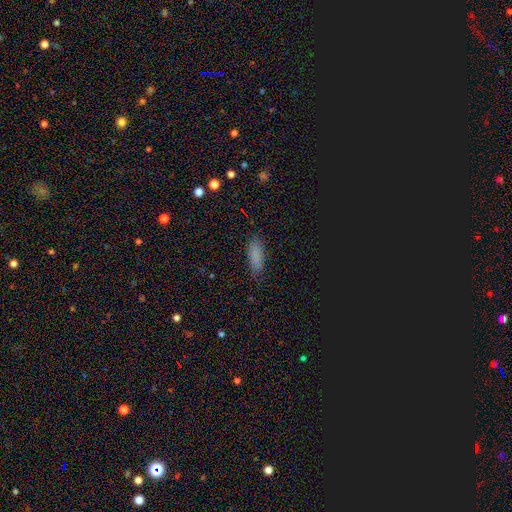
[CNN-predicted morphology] Smooth or featured? Predicted: smooth (p=0.82). How rounded? Predicted: in between (p=0.66). Merging? Predicted: none (p=0.82).